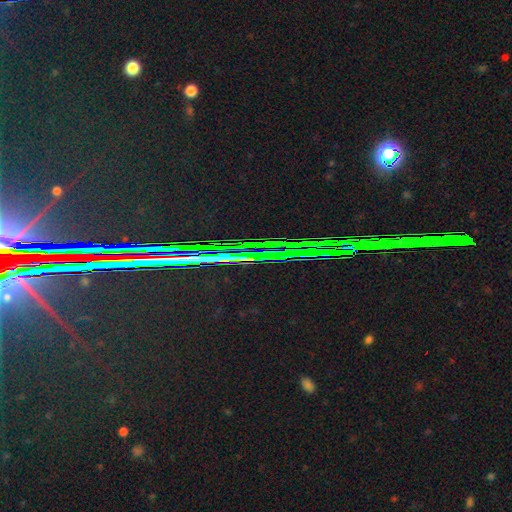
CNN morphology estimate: A star or artifact, not a galaxy (85%).

Vote fractions:
- Smooth or featured? star or artifact: 85% / featured or disk: 8% / smooth: 6%